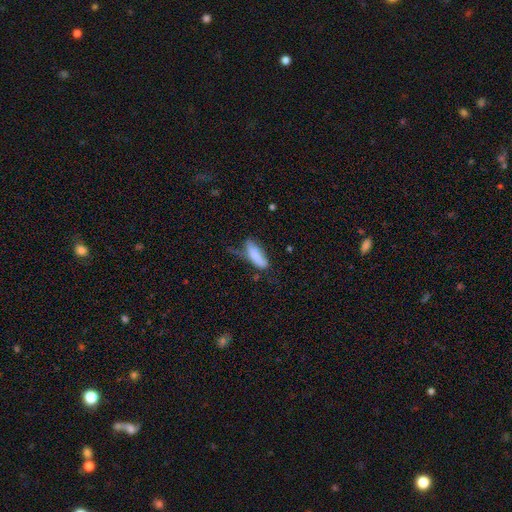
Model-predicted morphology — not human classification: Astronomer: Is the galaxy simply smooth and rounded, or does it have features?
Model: smooth — 77%.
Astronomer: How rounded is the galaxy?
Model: in between — 61% (runner-up: cigar-shaped, 37%).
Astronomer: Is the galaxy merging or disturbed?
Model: minor disturbance — 33% (runner-up: none, 31%).